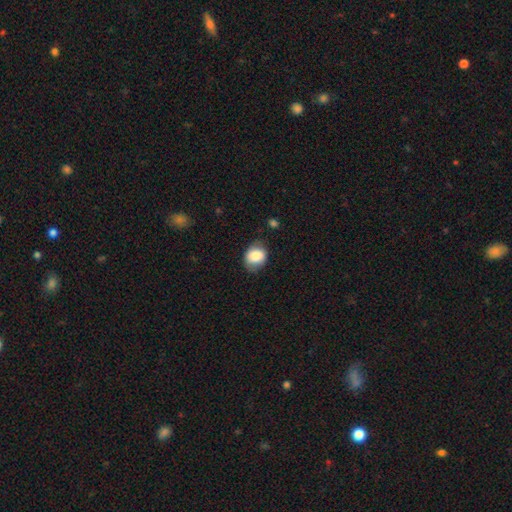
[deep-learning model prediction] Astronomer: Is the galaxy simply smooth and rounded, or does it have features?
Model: smooth — 83%.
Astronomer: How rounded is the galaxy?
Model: round — 50% (runner-up: in between, 49%).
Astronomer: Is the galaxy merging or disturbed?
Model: none — 67%.